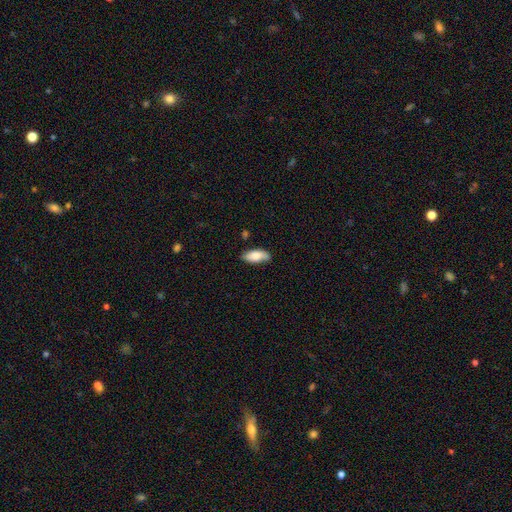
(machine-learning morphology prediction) smooth_or_featured: smooth (p=0.80) [alt: featured or disk p=0.13]
how_rounded: in between (p=0.86) [alt: cigar-shaped p=0.12]
merging: none (p=0.77) [alt: minor disturbance p=0.18]